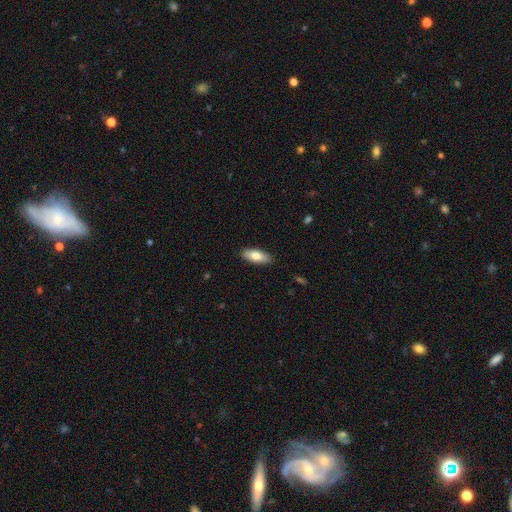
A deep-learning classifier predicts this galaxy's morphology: Smooth or featured: smooth — 81% (featured or disk — 13%)
How rounded: in between — 77% (cigar-shaped — 21%)
Merging: none — 87% (minor disturbance — 10%)